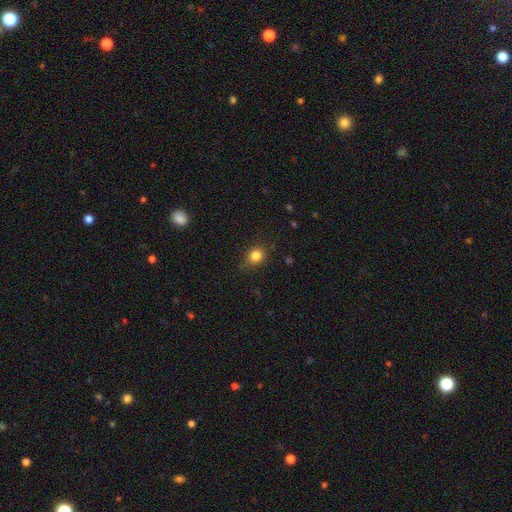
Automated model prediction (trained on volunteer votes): A smooth galaxy with no disk features (83%) that is round (68%). Merging: none (82%).